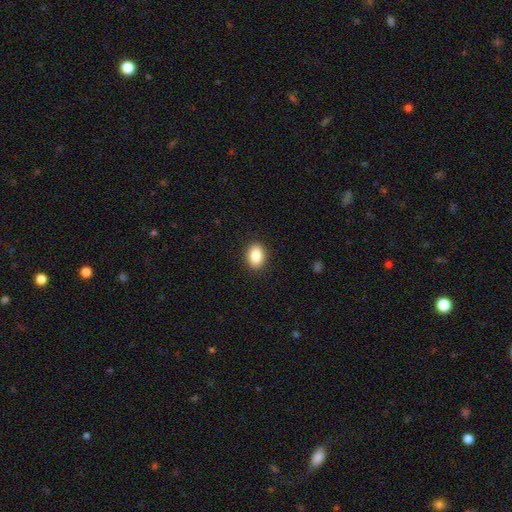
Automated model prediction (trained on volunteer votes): Overall: smooth (88%). How rounded: in between (78%). Merging: none (90%).